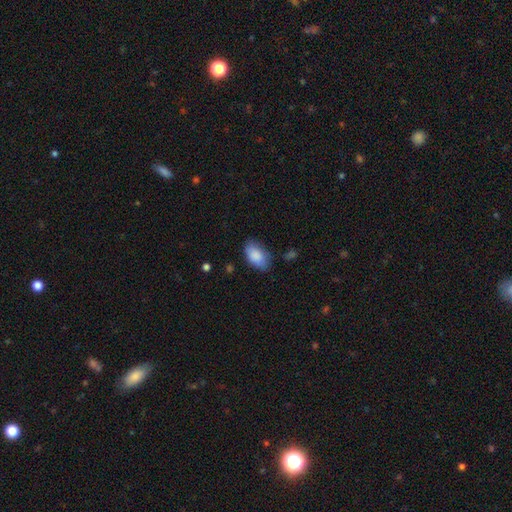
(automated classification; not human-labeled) Q: Smooth or featured?
A: smooth (87%); runner-up: featured or disk (7%)
Q: How rounded?
A: in between (93%); runner-up: round (5%)
Q: Merging?
A: none (71%); runner-up: minor disturbance (22%)